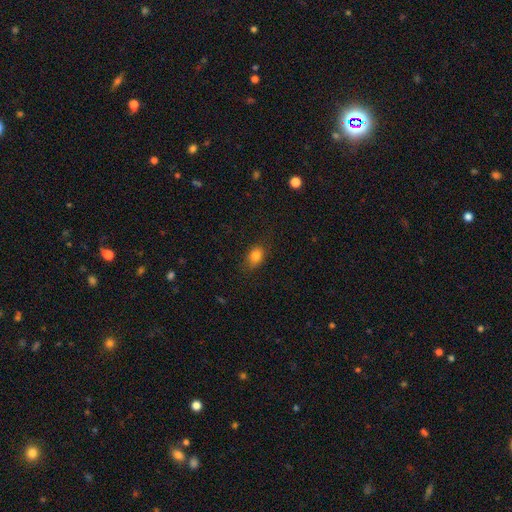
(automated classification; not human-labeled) Smooth or featured? Predicted: smooth (p=0.82). How rounded? Predicted: in between (p=0.65). Merging? Predicted: none (p=0.77).